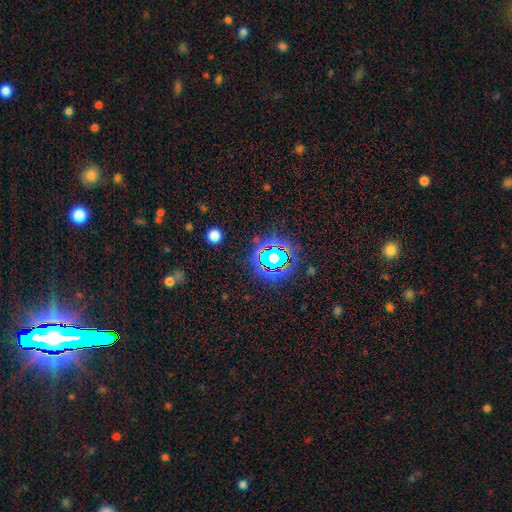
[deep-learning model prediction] A star or artifact, not a galaxy (82%).